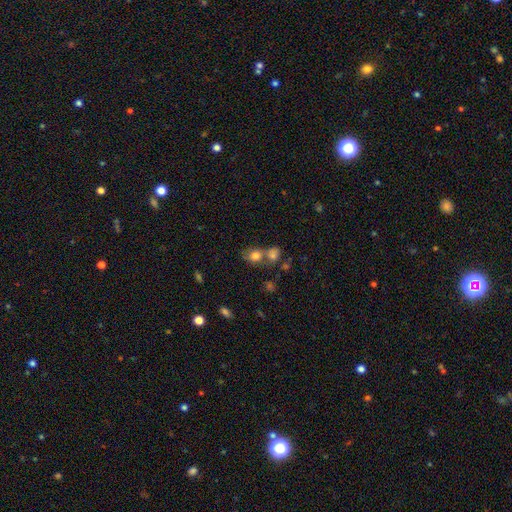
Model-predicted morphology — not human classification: This appears to be a smooth galaxy with no disk features (78%) that is round (61%). Merging: merger (42%).